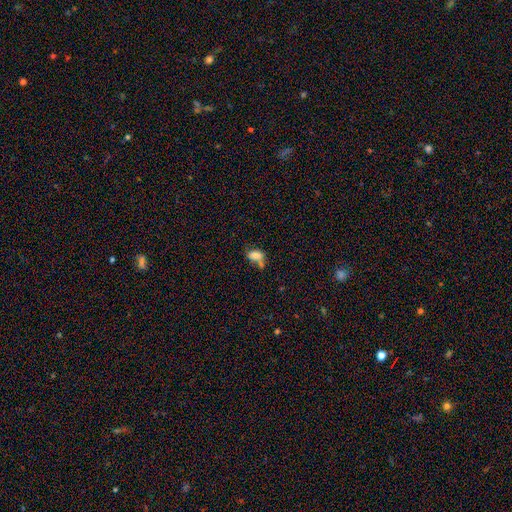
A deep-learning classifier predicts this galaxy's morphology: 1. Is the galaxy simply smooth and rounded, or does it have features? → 75% smooth, 14% featured or disk, 11% star or artifact.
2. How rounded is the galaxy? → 84% in between, 13% round, 4% cigar-shaped.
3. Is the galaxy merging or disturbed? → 36% none, 34% merger, 19% minor disturbance, 10% major disturbance.